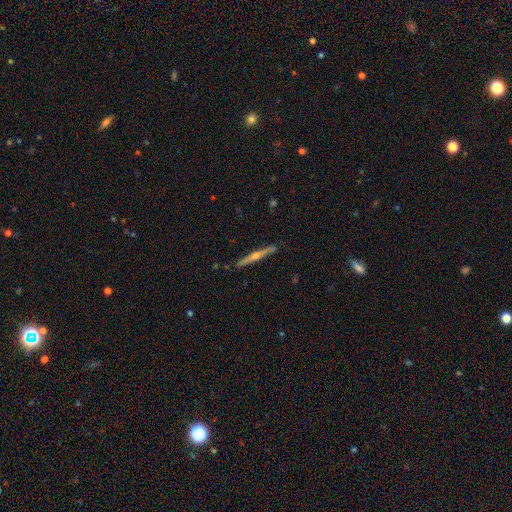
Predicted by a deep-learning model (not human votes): Q: Smooth or featured?
A: featured or disk (77%); runner-up: smooth (16%)
Q: Edge-on disk?
A: yes (98%); runner-up: no (2%)
Q: Edge-on bulge?
A: rounded (87%); runner-up: none (9%)
Q: Merging?
A: none (89%); runner-up: minor disturbance (8%)